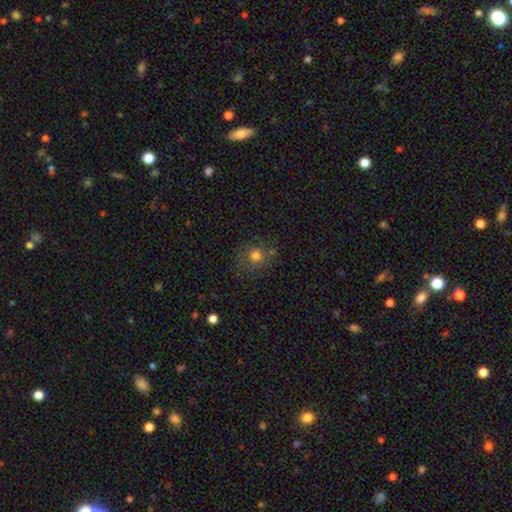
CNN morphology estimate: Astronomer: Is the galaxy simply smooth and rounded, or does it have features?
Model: smooth — 74%.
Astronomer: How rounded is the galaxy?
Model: round — 87%.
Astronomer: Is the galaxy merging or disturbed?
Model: none — 73%.